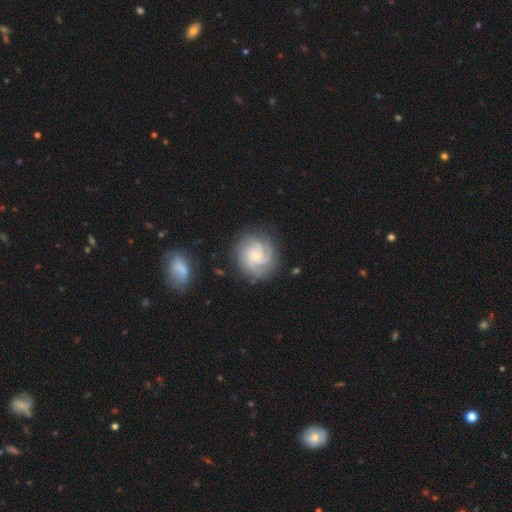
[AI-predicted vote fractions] Morphology: type=featured or disk (85%); edge-on=no (98%); bar=no (73%); spiral arms=yes (98%); winding=tight (66%); arm count=3 (46%); bulge=small (71%); merging=none (80%).